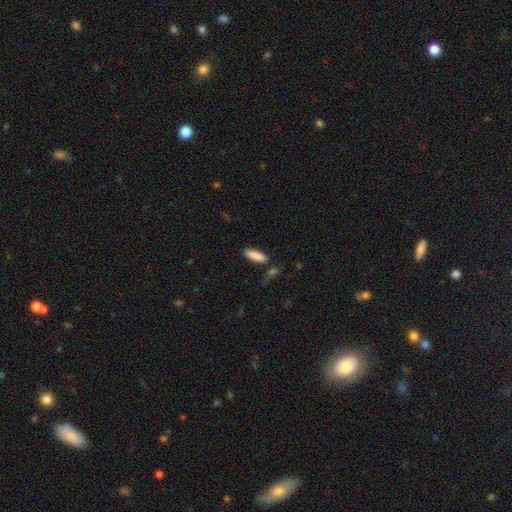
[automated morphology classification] Smooth or featured? smooth (87%)
How rounded? cigar-shaped (59%)
Merging? none (80%)